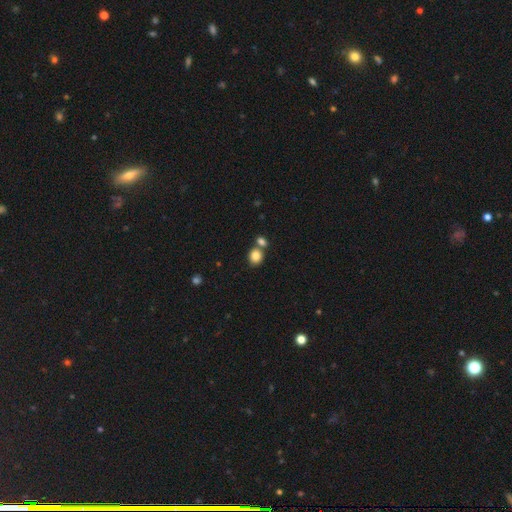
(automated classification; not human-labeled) Smooth or featured? smooth (84%)
How rounded? round (69%)
Merging? none (57%)